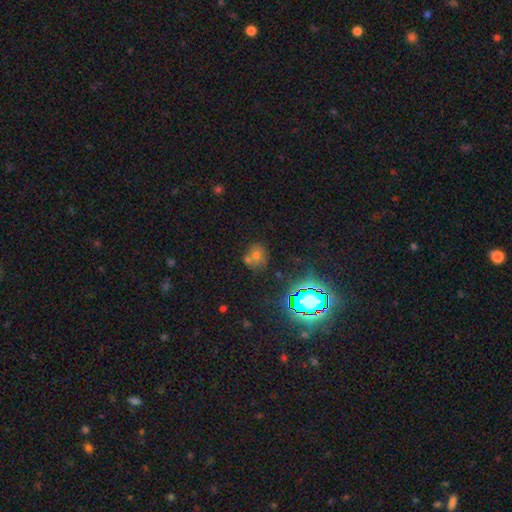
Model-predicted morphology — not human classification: A star or artifact, not a galaxy (43%, tied with smooth).